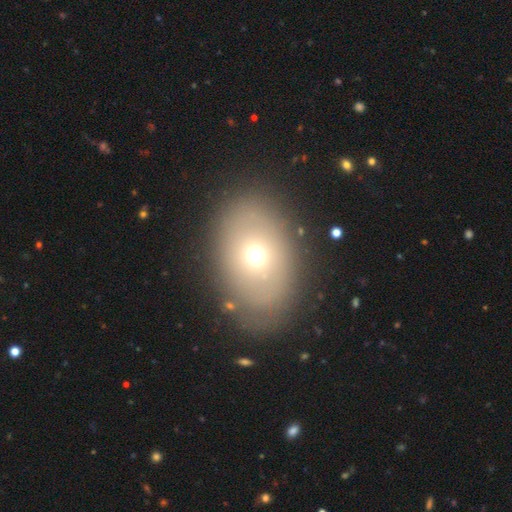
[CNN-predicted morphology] smooth-or-featured: smooth: 62% | featured or disk: 26% | star or artifact: 12%
  how-rounded: in between: 77% | round: 21% | cigar-shaped: 1%
  merging: none: 82% | minor disturbance: 11% | major disturbance: 5% | merger: 2%